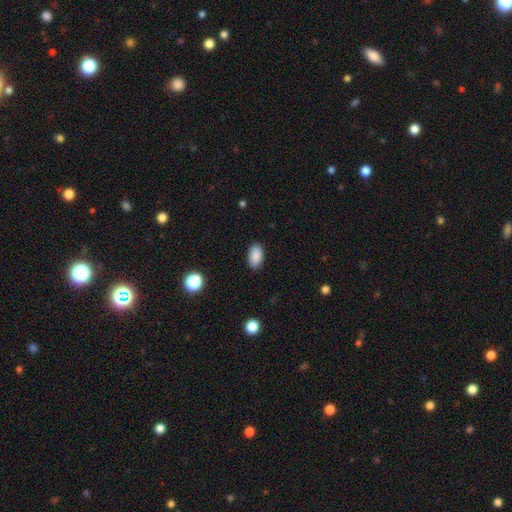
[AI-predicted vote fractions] Smooth or featured? smooth (88%)
How rounded? in between (93%)
Merging? none (88%)